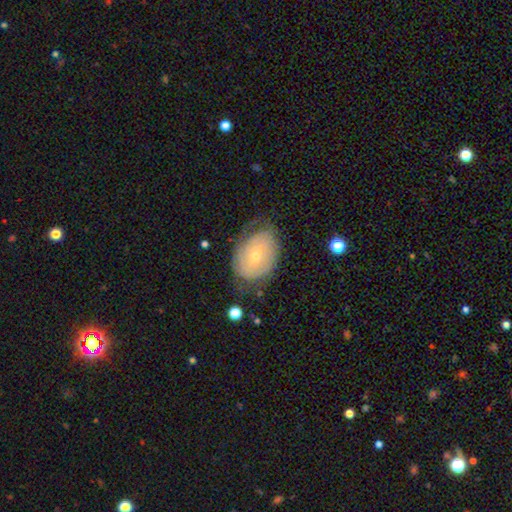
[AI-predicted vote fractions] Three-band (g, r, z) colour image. It shows a featured or disk galaxy (47%). Merging: none (59%).